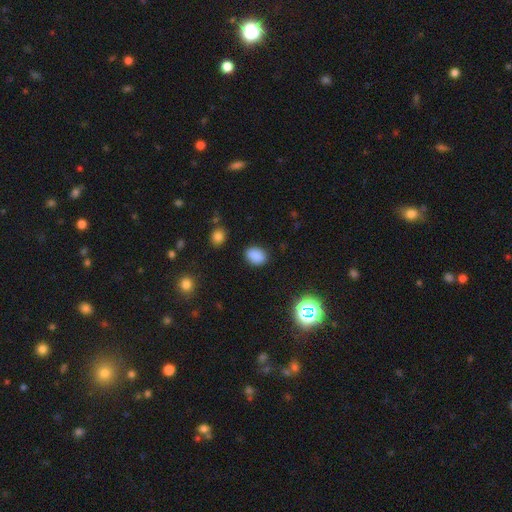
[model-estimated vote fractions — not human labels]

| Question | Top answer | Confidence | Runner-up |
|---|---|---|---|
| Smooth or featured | smooth | 85% | star or artifact (12%) |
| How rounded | in between | 70% | round (29%) |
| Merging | none | 87% | minor disturbance (9%) |